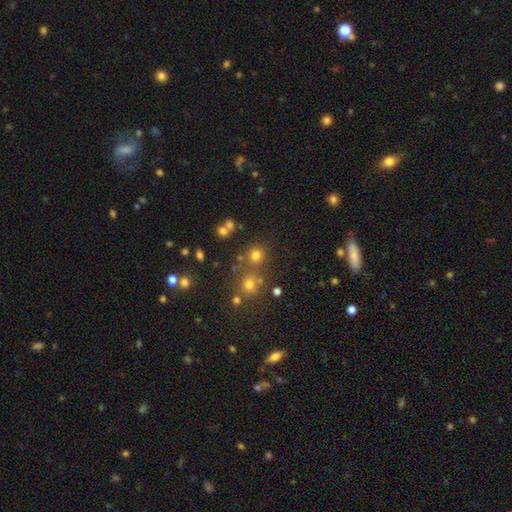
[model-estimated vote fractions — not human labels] This appears to be a smooth galaxy with no disk features (69%) that is round (89%). Merging: none (72%).